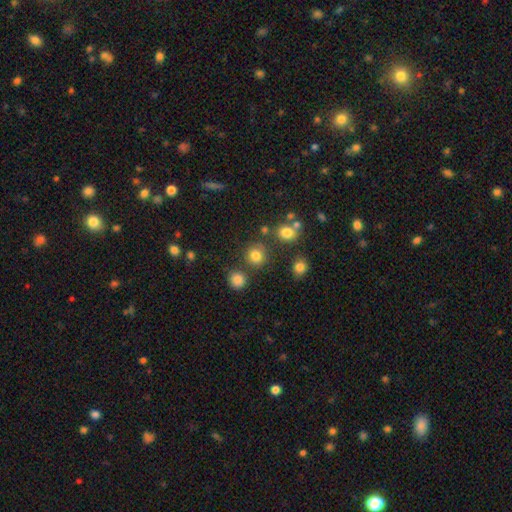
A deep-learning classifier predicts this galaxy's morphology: smooth 79%, star or artifact 15%, featured or disk 6%. Down the decision tree: how rounded — round (87%); merging — none (78%).